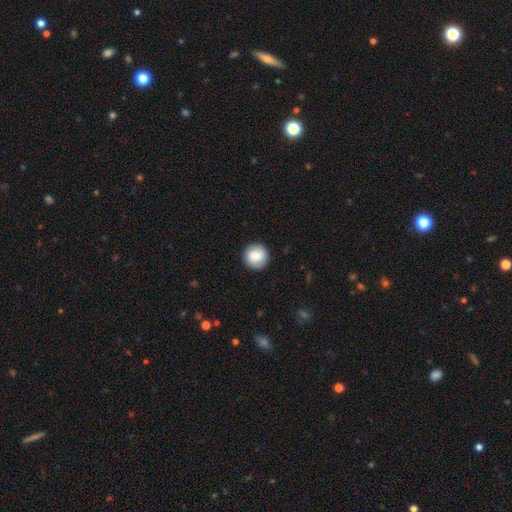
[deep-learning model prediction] smooth 83%, featured or disk 10%, star or artifact 7%. Down the decision tree: how rounded — round (95%); merging — none (90%).